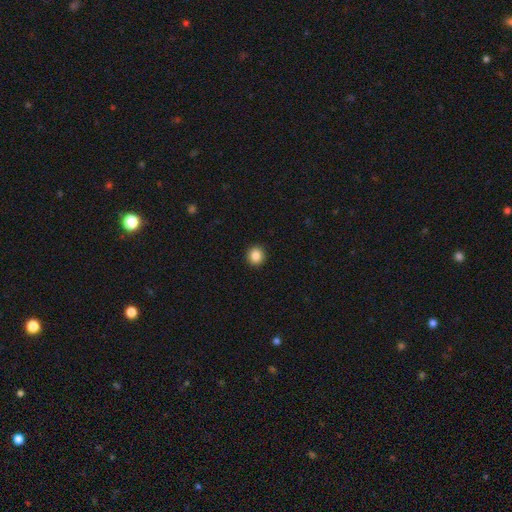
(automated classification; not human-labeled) Overall: smooth (87%). How rounded: round (90%). Merging: none (93%).